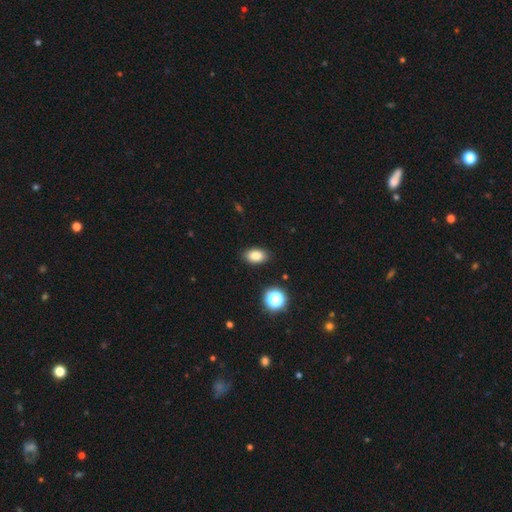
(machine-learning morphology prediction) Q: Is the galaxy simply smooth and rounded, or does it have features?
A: smooth — 84%.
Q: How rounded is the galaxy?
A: in between — 87%.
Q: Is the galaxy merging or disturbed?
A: none — 88%.